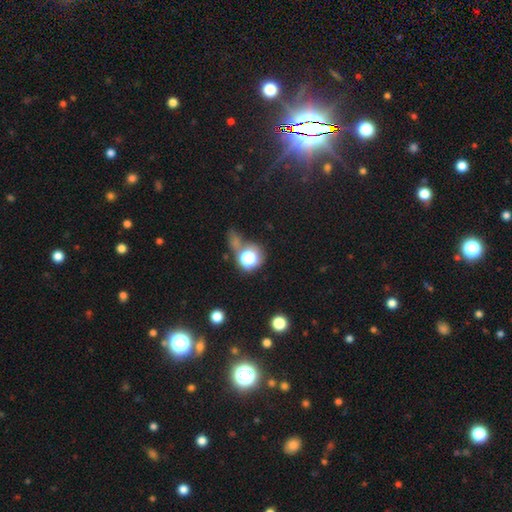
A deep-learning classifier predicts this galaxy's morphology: Overall: star or artifact (64%; smooth 25%).